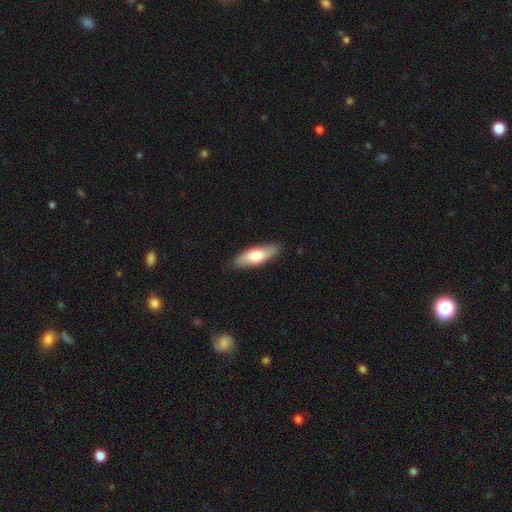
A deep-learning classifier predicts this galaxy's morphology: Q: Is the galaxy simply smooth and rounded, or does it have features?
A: smooth — 71%.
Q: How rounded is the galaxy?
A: in between — 59%.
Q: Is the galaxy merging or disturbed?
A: none — 87%.